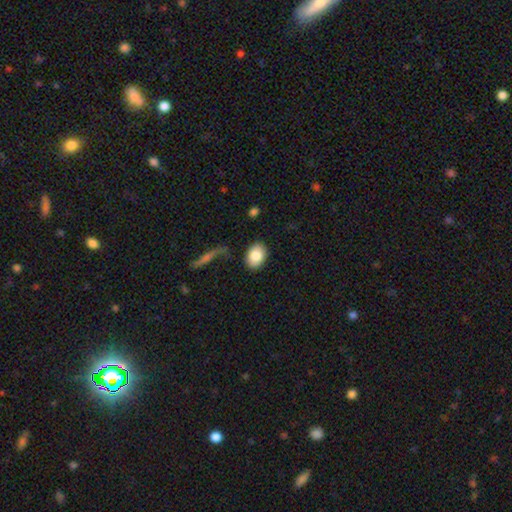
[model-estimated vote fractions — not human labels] Smooth or featured?
  - smooth: 83% *
  - featured or disk: 10%
  - star or artifact: 7%
How rounded?
  - in between: 77% *
  - round: 21%
  - cigar-shaped: 1%
Merging?
  - none: 85% *
  - minor disturbance: 10%
  - major disturbance: 3%
  - merger: 3%